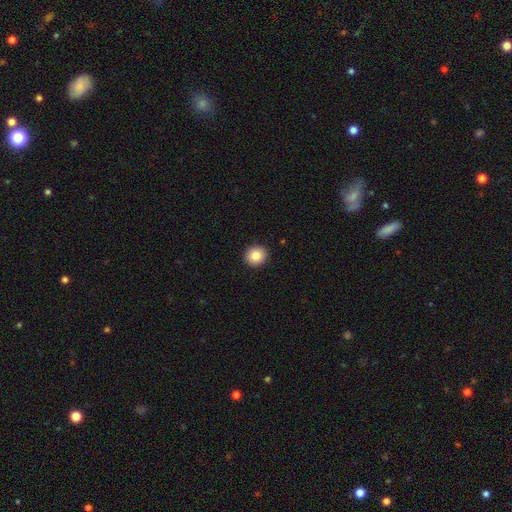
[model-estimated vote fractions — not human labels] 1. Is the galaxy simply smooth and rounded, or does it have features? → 84% smooth, 9% star or artifact, 7% featured or disk.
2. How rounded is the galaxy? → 83% round, 16% in between, 1% cigar-shaped.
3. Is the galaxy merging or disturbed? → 92% none, 5% minor disturbance, 2% major disturbance, 1% merger.